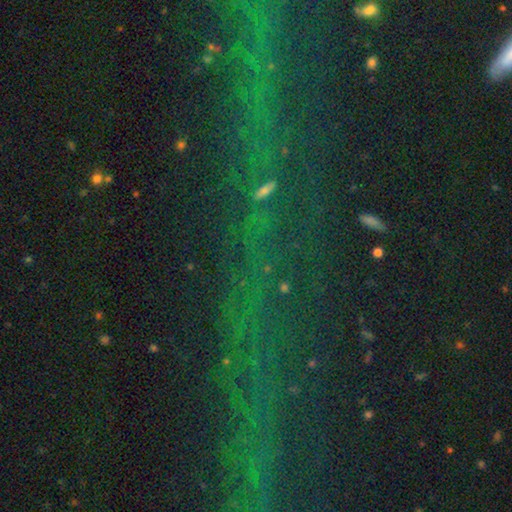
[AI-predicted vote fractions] Smooth or featured? star or artifact (70%)